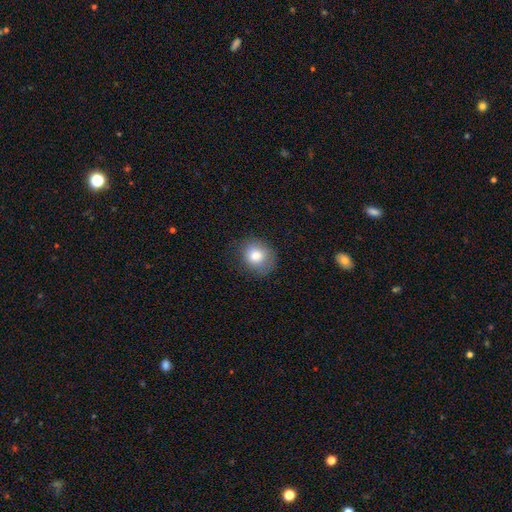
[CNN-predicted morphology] A smooth galaxy with no disk features (79%) that is round (71%).

Vote fractions:
- Smooth or featured? smooth: 79% / featured or disk: 11% / star or artifact: 10%
- How rounded? round: 71% / in between: 28% / cigar-shaped: 1%
- Merging? none: 77% / minor disturbance: 17% / major disturbance: 5% / merger: 1%